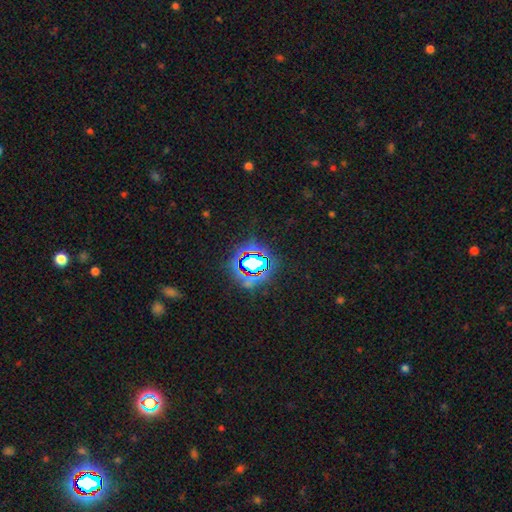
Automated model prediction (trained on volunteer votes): This is likely a star or artifact rather than a galaxy (72%).